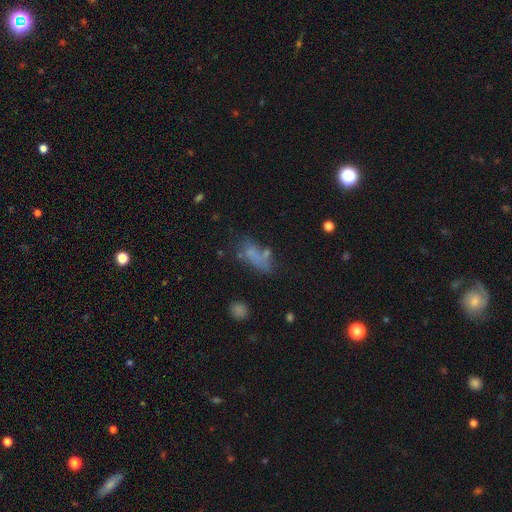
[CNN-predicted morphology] Smooth or featured?
  - smooth: 60% *
  - featured or disk: 23%
  - star or artifact: 16%
How rounded?
  - in between: 72% *
  - cigar-shaped: 23%
  - round: 5%
Merging?
  - none: 43% *
  - minor disturbance: 23%
  - major disturbance: 21%
  - merger: 14%